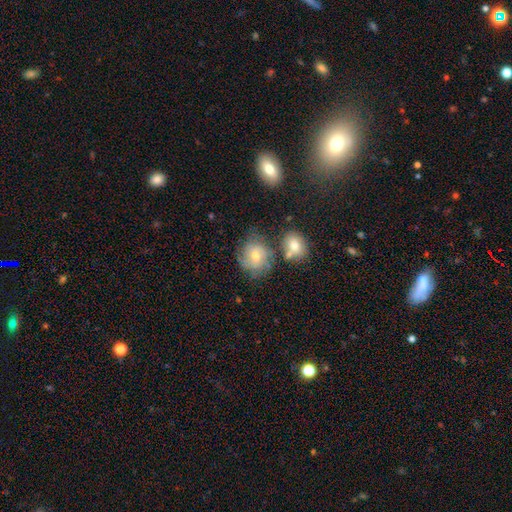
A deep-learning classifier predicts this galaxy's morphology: smooth-or-featured: smooth: 50% | featured or disk: 40% | star or artifact: 11%
  merging: none: 54% | minor disturbance: 21% | merger: 15% | major disturbance: 10%